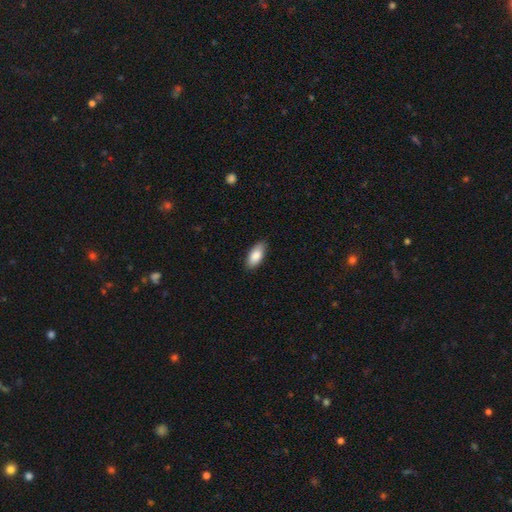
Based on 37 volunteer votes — This appears to be a smooth galaxy with no disk features (86%) that is in between round and cigar-shaped (84%). Merging: none (75%).